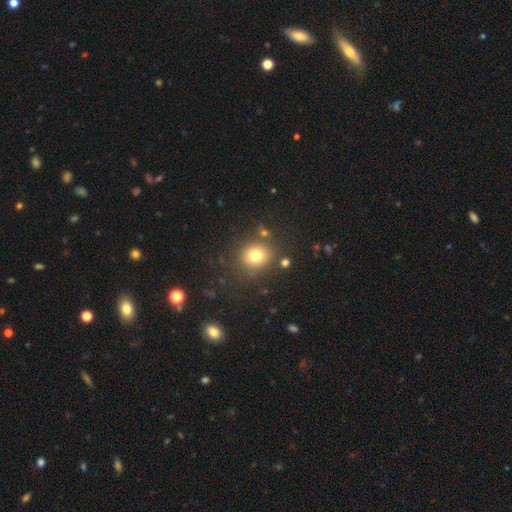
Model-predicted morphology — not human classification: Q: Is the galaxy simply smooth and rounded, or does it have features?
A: smooth — 77%.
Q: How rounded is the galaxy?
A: round — 76%.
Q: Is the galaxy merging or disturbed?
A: none — 79%.